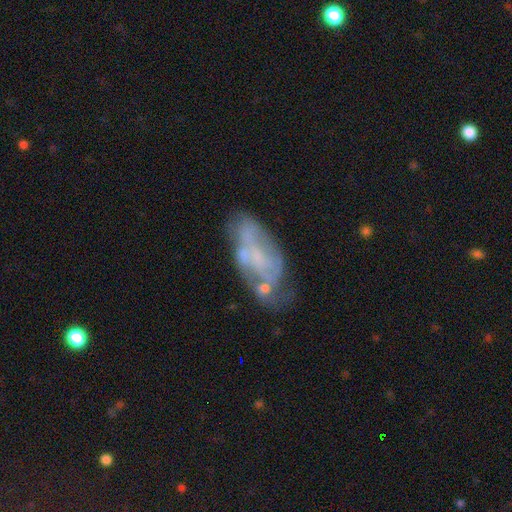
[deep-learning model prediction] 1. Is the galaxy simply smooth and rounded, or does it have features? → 66% featured or disk, 25% smooth, 9% star or artifact.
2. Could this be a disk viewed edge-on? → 94% no, 6% yes.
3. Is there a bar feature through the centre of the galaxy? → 70% no, 23% weak, 7% strong.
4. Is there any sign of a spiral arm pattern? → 56% no, 44% yes.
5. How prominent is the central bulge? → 51% none, 32% small, 14% moderate, 2% large, 1% dominant.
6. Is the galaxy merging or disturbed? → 44% none, 25% minor disturbance, 18% major disturbance, 13% merger.